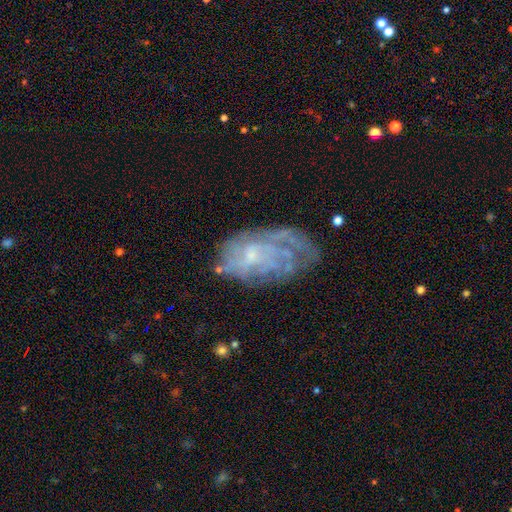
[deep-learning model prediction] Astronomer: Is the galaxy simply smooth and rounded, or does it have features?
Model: featured or disk — 64%.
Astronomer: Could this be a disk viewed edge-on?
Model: no — 95%.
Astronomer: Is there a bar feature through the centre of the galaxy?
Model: no — 74%.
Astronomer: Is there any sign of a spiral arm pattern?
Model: yes — 59% (runner-up: no, 41%).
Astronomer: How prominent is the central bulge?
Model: small — 55%.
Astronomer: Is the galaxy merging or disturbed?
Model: none — 51%.